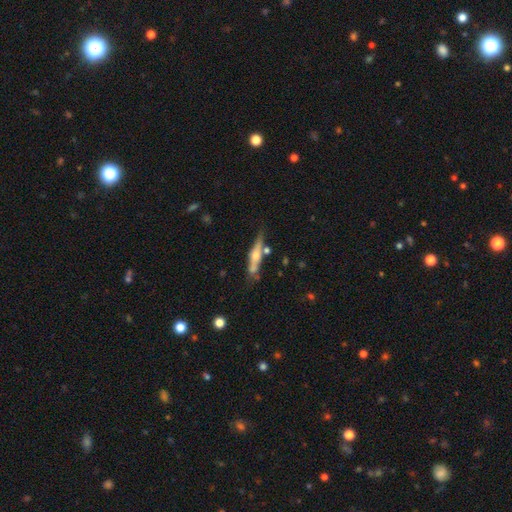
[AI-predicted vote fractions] featured or disk 57%, smooth 36%, star or artifact 6%. Down the decision tree: edge-on disk — yes (88%); edge-on bulge — rounded (87%); merging — none (59%).